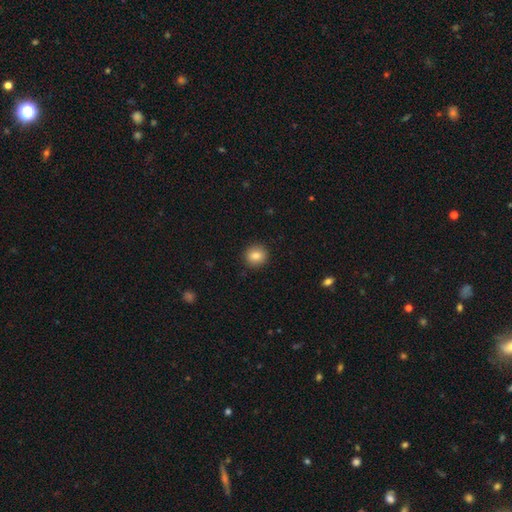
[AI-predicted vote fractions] Smooth or featured? smooth (83%)
How rounded? round (88%)
Merging? none (91%)